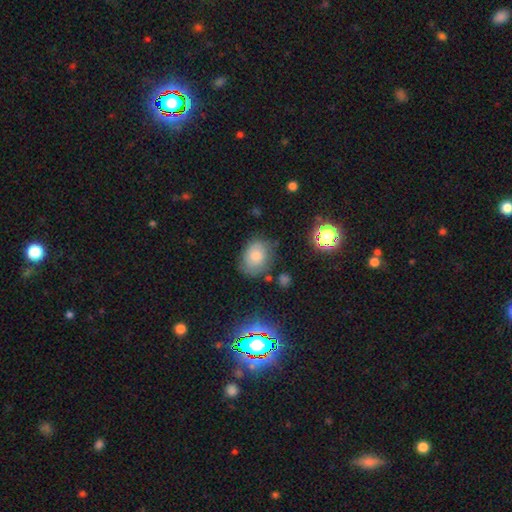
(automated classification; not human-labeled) A smooth galaxy with no disk features (71%) that is in between round and cigar-shaped (55%).

Vote fractions:
- Smooth or featured? smooth: 71% / featured or disk: 18% / star or artifact: 11%
- How rounded? in between: 55% / round: 44% / cigar-shaped: 1%
- Merging? none: 69% / minor disturbance: 21% / major disturbance: 6% / merger: 3%